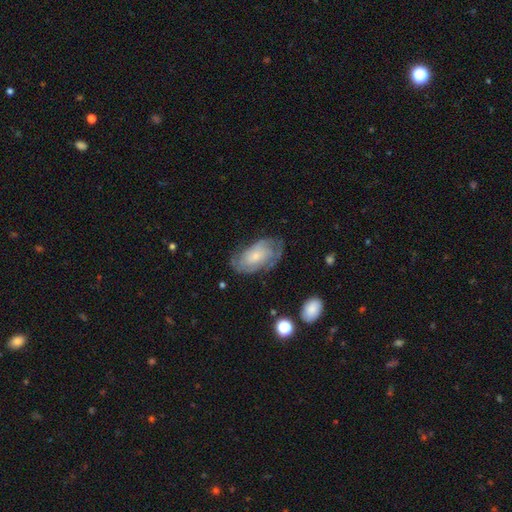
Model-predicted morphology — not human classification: This appears to be a featured or disk galaxy (62%) with no bar (75%), spiral arms (81%) and a small central bulge (63%). Merging: none (61%).